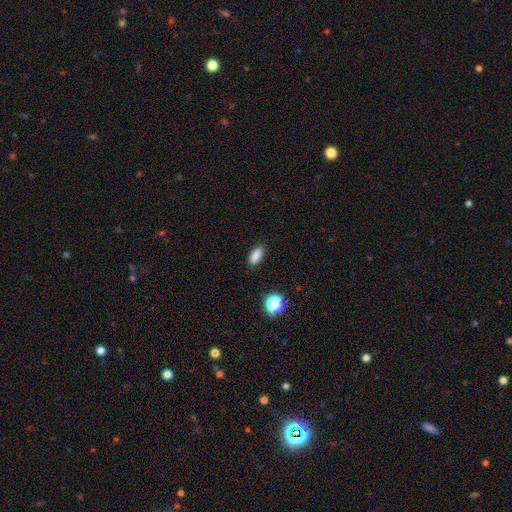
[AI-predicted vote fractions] This is clearly a smooth galaxy (85%). How rounded: clearly in between (84%). Merging: clearly none (87%).